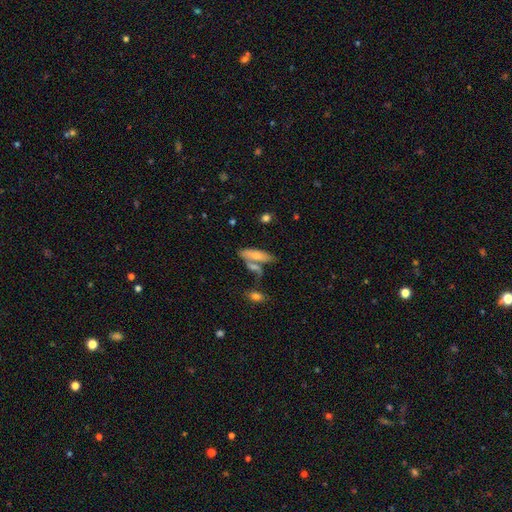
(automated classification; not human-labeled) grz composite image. It shows a smooth galaxy with no disk features (68%) that is in between round and cigar-shaped (52%). Merging: none (44%).